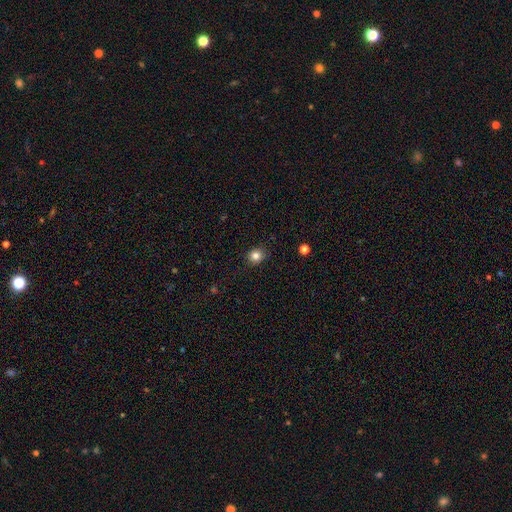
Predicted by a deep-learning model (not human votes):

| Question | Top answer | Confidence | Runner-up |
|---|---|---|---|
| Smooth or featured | smooth | 83% | star or artifact (11%) |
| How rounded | round | 76% | in between (23%) |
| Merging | none | 88% | minor disturbance (9%) |